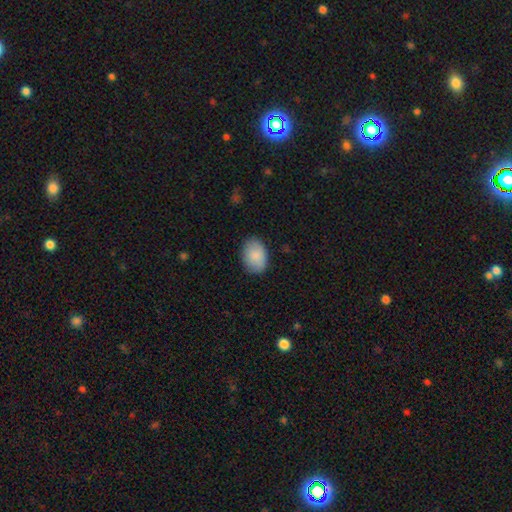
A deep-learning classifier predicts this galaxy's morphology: Overall: smooth (88%). How rounded: in between (83%). Merging: none (85%).